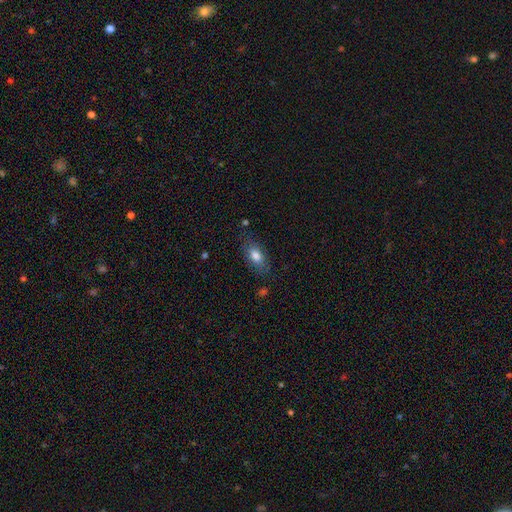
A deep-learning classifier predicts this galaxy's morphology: Overall: smooth (78%). How rounded: in between (87%). Merging: none (76%).